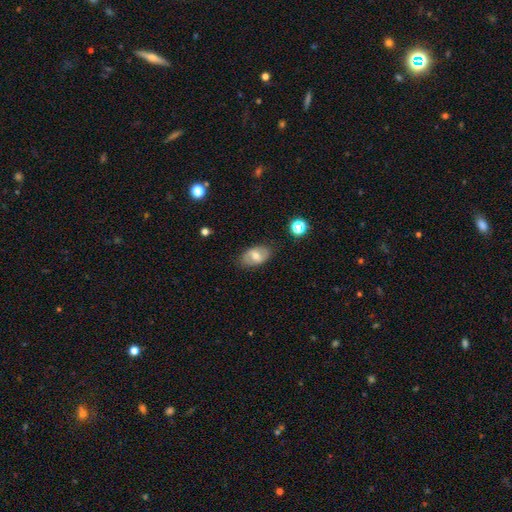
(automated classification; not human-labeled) This is possibly a smooth galaxy (52%). How rounded: clearly in between (88%). Merging: clearly none (82%).